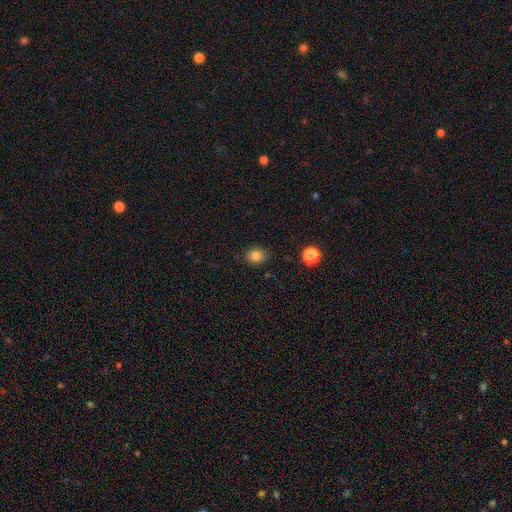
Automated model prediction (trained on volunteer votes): A smooth galaxy with no disk features (83%) that is round (60%).

Vote fractions:
- Smooth or featured? smooth: 83% / star or artifact: 12% / featured or disk: 5%
- How rounded? round: 60% / in between: 39% / cigar-shaped: 1%
- Merging? none: 85% / minor disturbance: 11% / major disturbance: 3% / merger: 1%